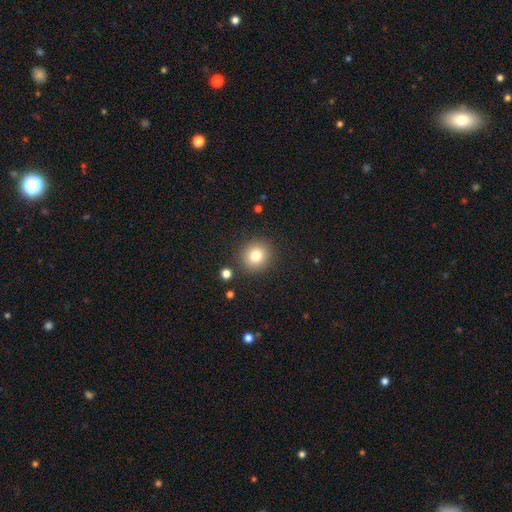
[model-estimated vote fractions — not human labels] Smooth or featured? Predicted: smooth (p=0.79). How rounded? Predicted: round (p=0.91). Merging? Predicted: none (p=0.89).